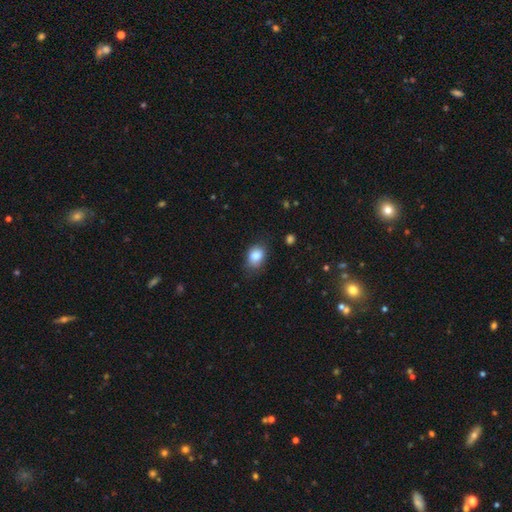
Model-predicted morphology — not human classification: type=smooth (85%); roundness=in between (70%); merging=none (71%).